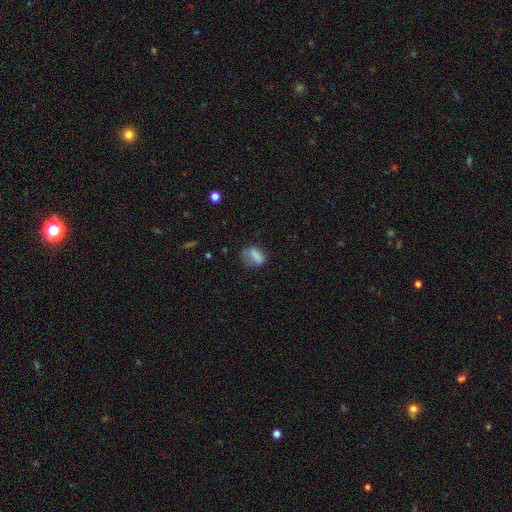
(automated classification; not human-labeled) Q: Smooth or featured?
A: smooth (76%); runner-up: featured or disk (13%)
Q: How rounded?
A: in between (70%); runner-up: round (19%)
Q: Merging?
A: none (53%); runner-up: minor disturbance (28%)